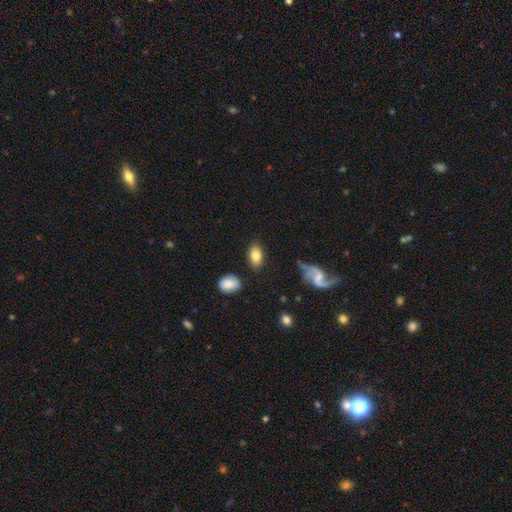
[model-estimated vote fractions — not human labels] Smooth or featured? smooth (78%)
How rounded? in between (90%)
Merging? none (81%)